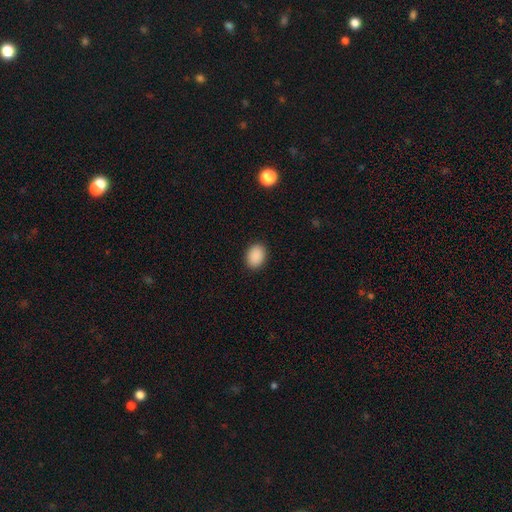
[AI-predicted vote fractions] smooth 90%, star or artifact 8%, featured or disk 2%. Down the decision tree: how rounded — in between (71%); merging — none (90%).